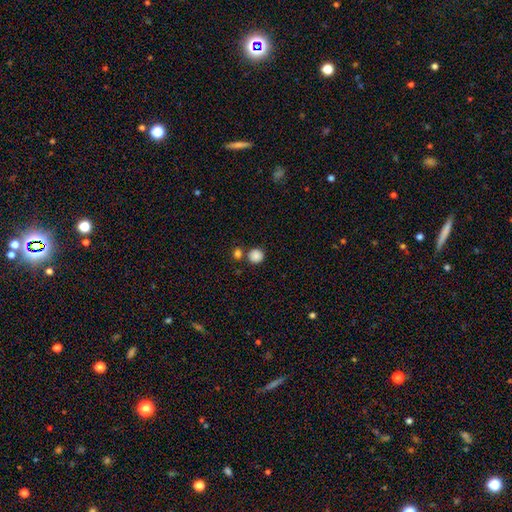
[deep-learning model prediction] A smooth galaxy with no disk features (87%) that is round (92%). Merging: none (74%).